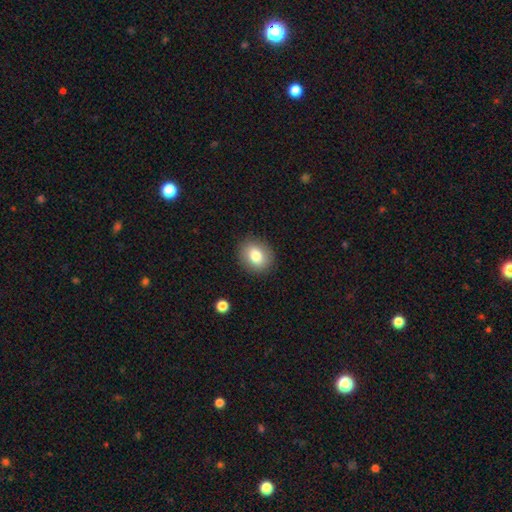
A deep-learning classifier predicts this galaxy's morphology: The model was most divided on "how rounded": round: 61%, in between: 38%, cigar-shaped: 1%. More confident: merging — none (89%); smooth or featured — smooth (82%).